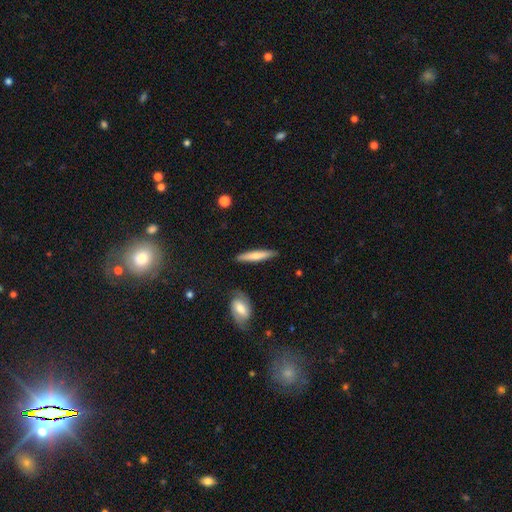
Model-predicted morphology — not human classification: Smooth or featured? Predicted: smooth (p=0.63). How rounded? Predicted: cigar-shaped (p=0.89). Merging? Predicted: none (p=0.87).